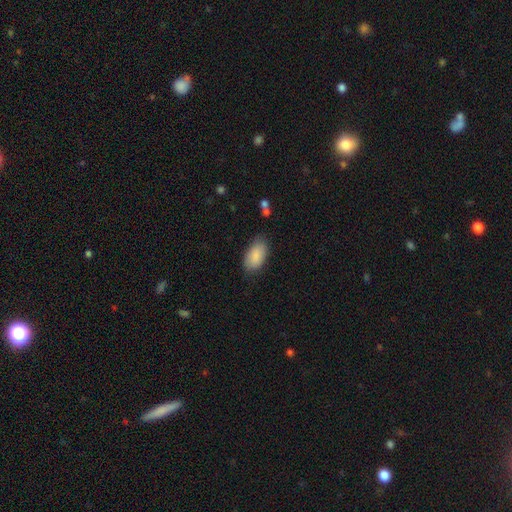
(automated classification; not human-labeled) Morphology: type=smooth (88%); roundness=in between (94%); merging=none (77%).